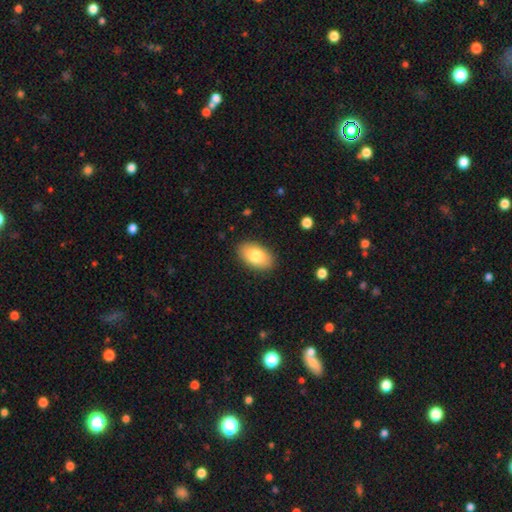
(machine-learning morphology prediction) smooth 80%, featured or disk 14%, star or artifact 6%. Down the decision tree: how rounded — in between (93%); merging — none (88%).